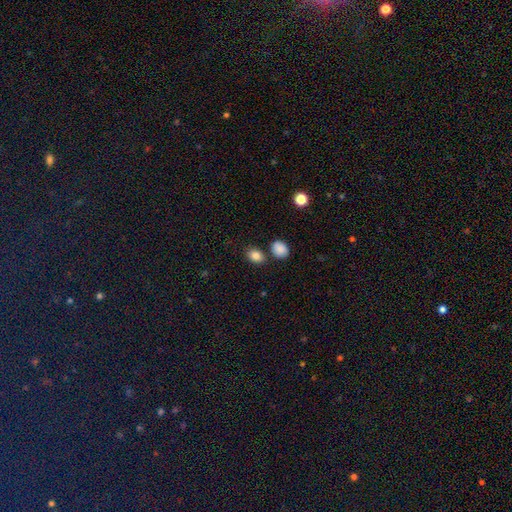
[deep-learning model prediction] Overall: smooth (85%). How rounded: in between (64%; round 35%). Merging: none (76%).